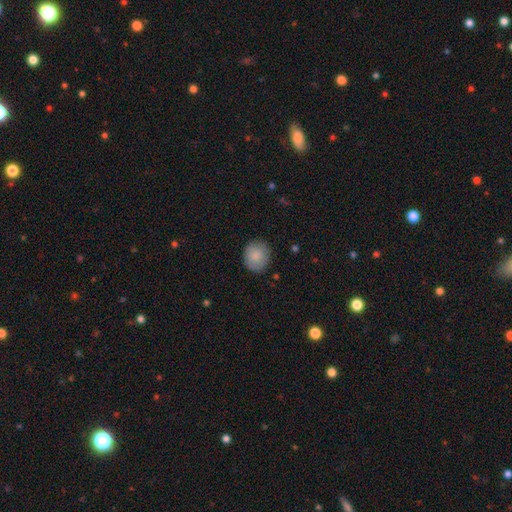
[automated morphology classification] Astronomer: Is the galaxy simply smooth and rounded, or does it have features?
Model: smooth — 85%.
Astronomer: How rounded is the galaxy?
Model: round — 79%.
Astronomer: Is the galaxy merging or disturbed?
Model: none — 84%.